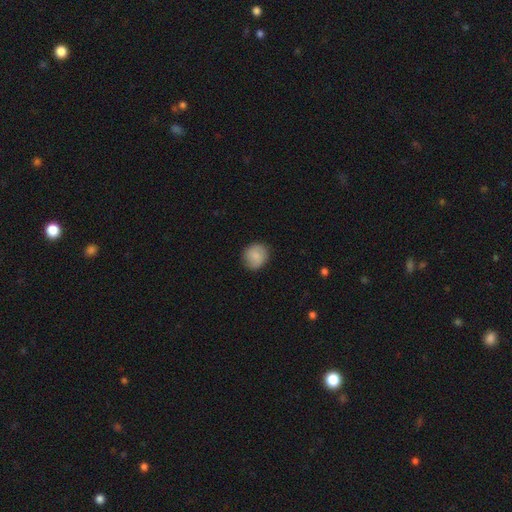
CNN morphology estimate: type=smooth (83%); roundness=round (83%); merging=none (84%).